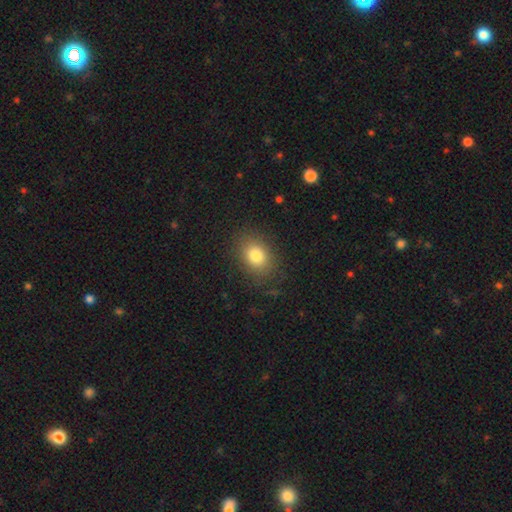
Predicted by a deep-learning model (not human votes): smooth-or-featured: smooth: 81% | star or artifact: 10% | featured or disk: 9%
  how-rounded: in between: 61% | round: 38% | cigar-shaped: 1%
  merging: none: 83% | minor disturbance: 11% | major disturbance: 5% | merger: 1%